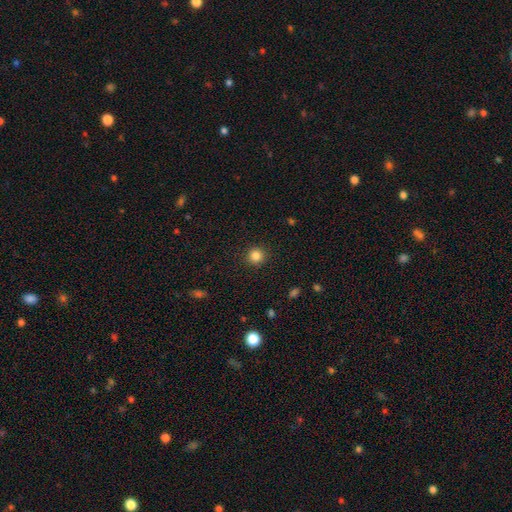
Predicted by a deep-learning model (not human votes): smooth-or-featured: smooth: 85% | star or artifact: 12% | featured or disk: 4%
  how-rounded: round: 93% | in between: 6% | cigar-shaped: 1%
  merging: none: 91% | minor disturbance: 6% | major disturbance: 2% | merger: 1%